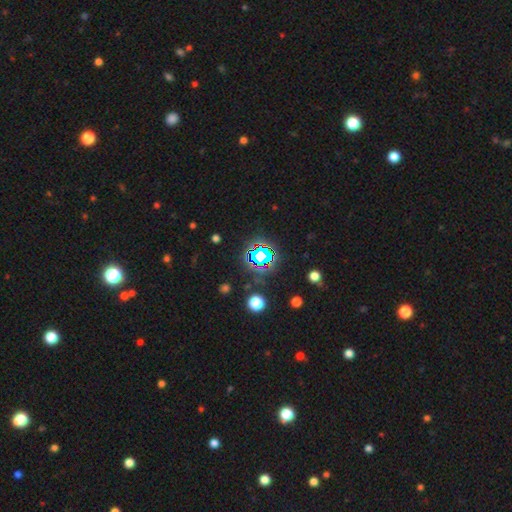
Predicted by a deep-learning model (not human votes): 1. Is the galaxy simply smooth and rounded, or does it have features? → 78% star or artifact, 15% smooth, 8% featured or disk.